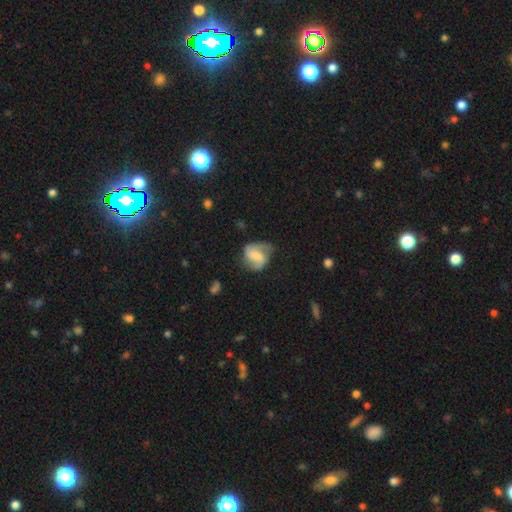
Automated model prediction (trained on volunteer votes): Smooth or featured: featured or disk — 63% (smooth — 30%)
Edge-on disk: no — 98% (yes — 2%)
Bar: weak — 48% (no — 28%)
Spiral arms: yes — 89% (no — 11%)
Spiral winding: medium — 45% (loose — 35%)
Spiral arm count: 2 — 82% (can't tell — 8%)
Bulge size: small — 32% (none — 29%)
Merging: none — 56% (minor disturbance — 26%)